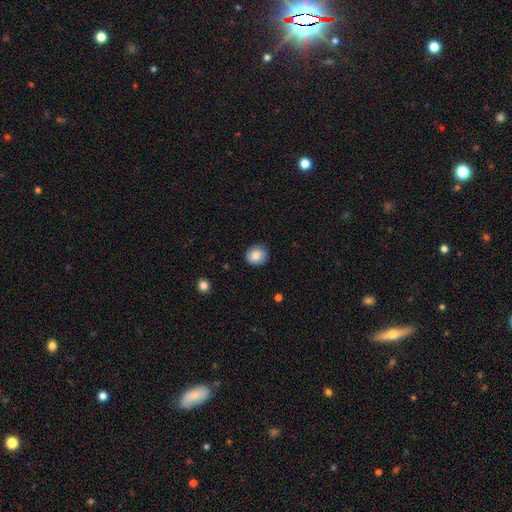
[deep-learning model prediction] Overall: smooth (84%). How rounded: round (86%). Merging: none (86%).